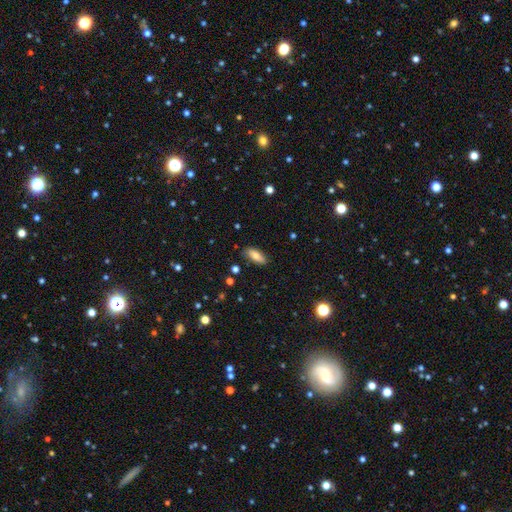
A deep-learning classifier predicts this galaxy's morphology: smooth_or_featured: smooth (p=0.77) [alt: featured or disk p=0.16]
how_rounded: in between (p=0.75) [alt: cigar-shaped p=0.23]
merging: none (p=0.85) [alt: minor disturbance p=0.11]